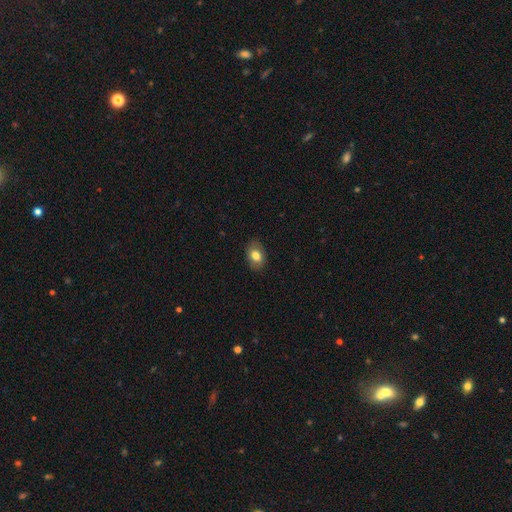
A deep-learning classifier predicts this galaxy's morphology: This appears to be a smooth galaxy with no disk features (79%) that is in between round and cigar-shaped (81%). Merging: none (85%).